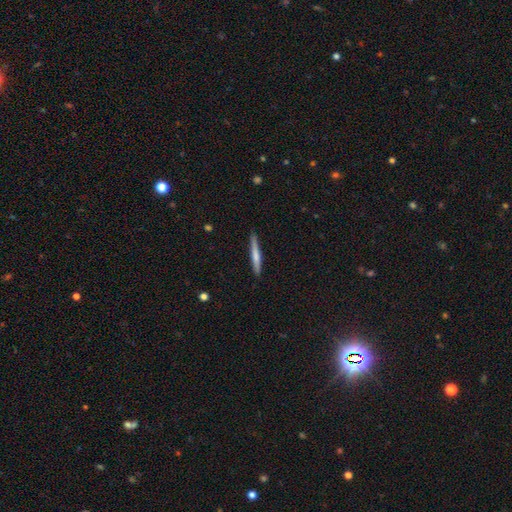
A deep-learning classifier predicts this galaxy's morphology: smooth-or-featured: smooth: 60% | featured or disk: 35% | star or artifact: 5%
  how-rounded: cigar-shaped: 96% | in between: 3% | round: 1%
  merging: none: 88% | minor disturbance: 9% | major disturbance: 2% | merger: 1%